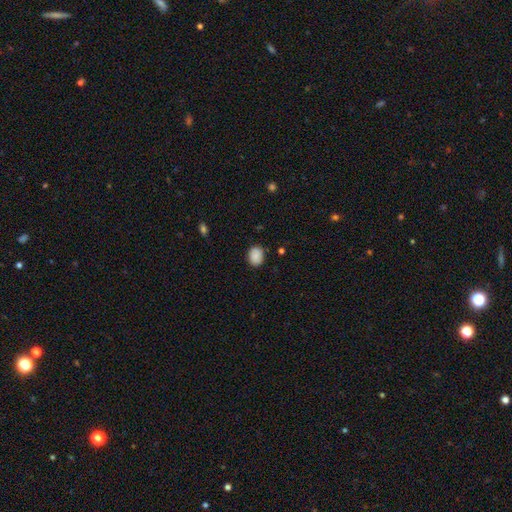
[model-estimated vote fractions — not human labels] Smooth or featured? Predicted: smooth (p=0.89). How rounded? Predicted: in between (p=0.52). Merging? Predicted: none (p=0.85).